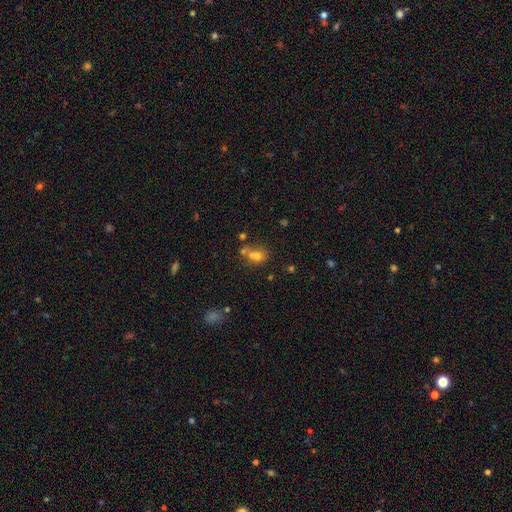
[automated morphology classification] Smooth or featured: smooth — 64% (star or artifact — 21%)
How rounded: round — 52% (in between — 47%)
Merging: merger — 42% (none — 41%)